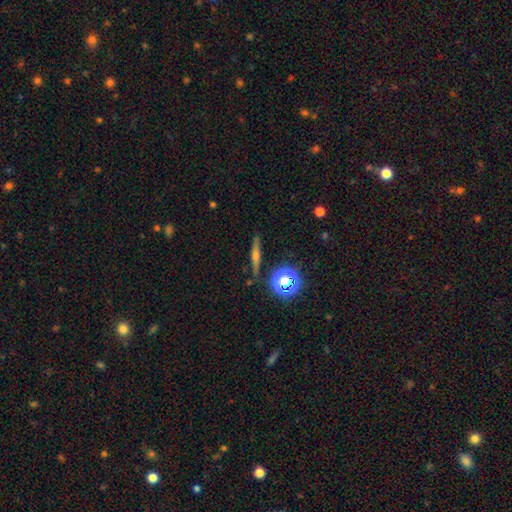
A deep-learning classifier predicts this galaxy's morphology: This is likely a featured or disk galaxy (63%). It is clearly viewed edge-on (95%). Edge-on bulge: clearly rounded (89%). Merging: clearly none (89%).